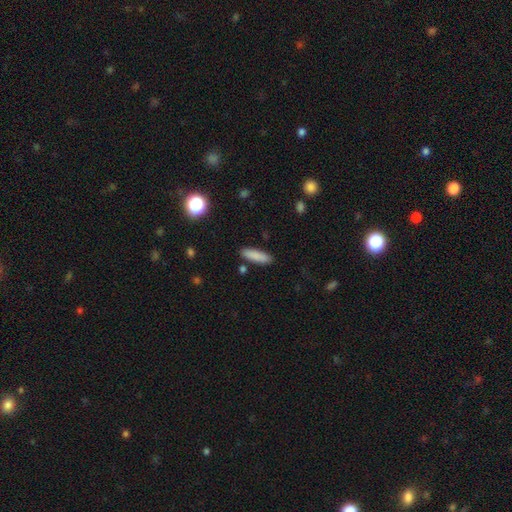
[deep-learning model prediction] Smooth or featured? Predicted: smooth (p=0.86). How rounded? Predicted: cigar-shaped (p=0.61). Merging? Predicted: none (p=0.88).